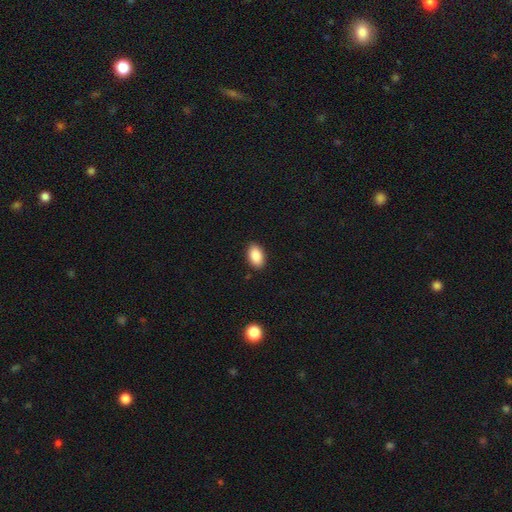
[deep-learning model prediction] Smooth or featured? Predicted: smooth (p=0.88). How rounded? Predicted: in between (p=0.92). Merging? Predicted: none (p=0.89).